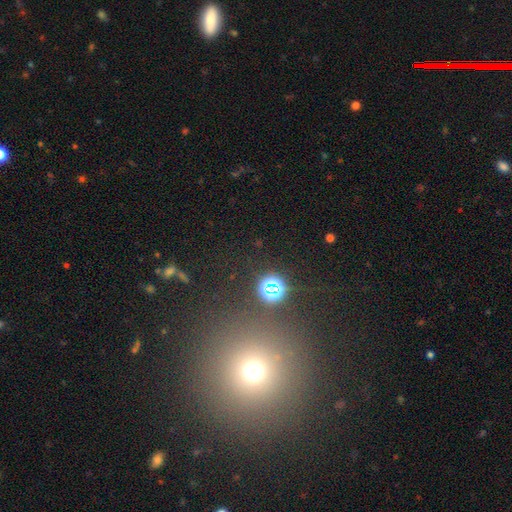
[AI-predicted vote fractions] Overall: star or artifact (47%; smooth 44%).